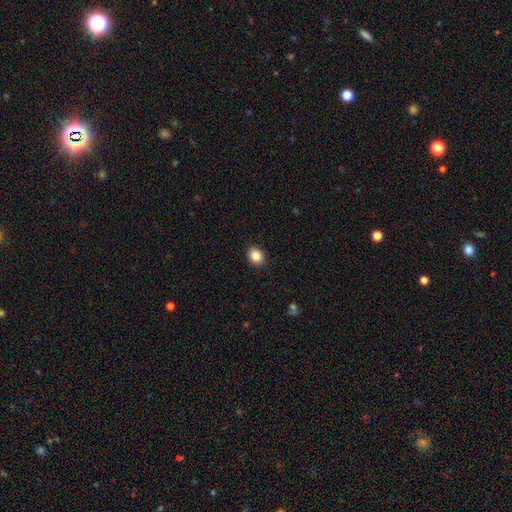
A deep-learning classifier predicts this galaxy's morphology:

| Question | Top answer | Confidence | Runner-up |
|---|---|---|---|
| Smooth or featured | smooth | 86% | star or artifact (9%) |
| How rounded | round | 54% | in between (45%) |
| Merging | none | 91% | minor disturbance (6%) |